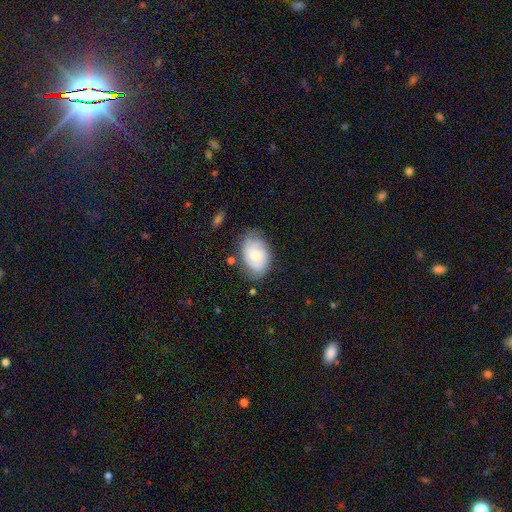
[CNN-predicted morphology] Smooth or featured: smooth — 54% (featured or disk — 39%)
How rounded: in between — 84% (round — 15%)
Merging: none — 68% (minor disturbance — 23%)